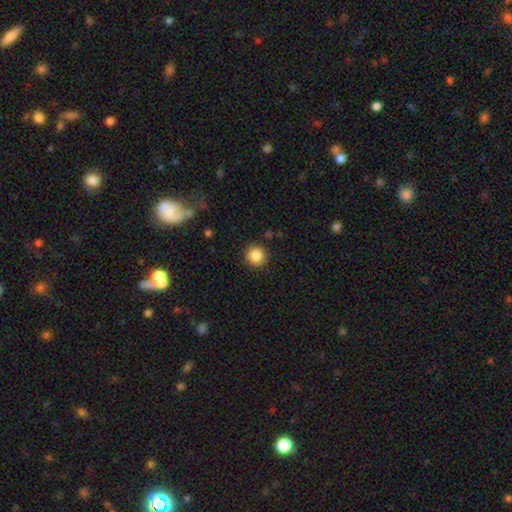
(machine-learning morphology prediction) Overall: smooth (86%). How rounded: round (94%). Merging: none (90%).